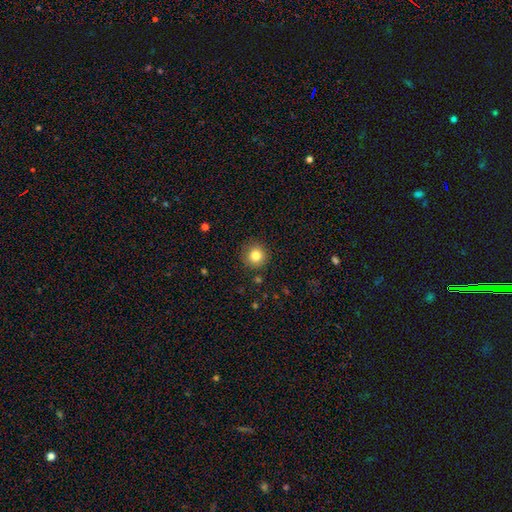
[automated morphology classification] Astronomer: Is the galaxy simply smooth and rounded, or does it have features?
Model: smooth — 82%.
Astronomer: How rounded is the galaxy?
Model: round — 94%.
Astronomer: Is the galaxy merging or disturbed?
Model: none — 88%.